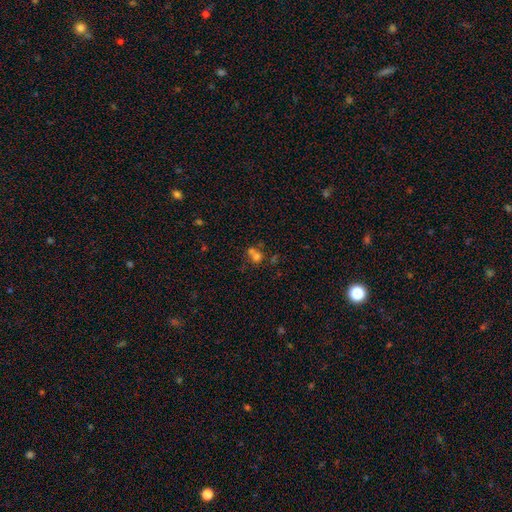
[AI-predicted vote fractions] smooth-or-featured: smooth: 64% | star or artifact: 19% | featured or disk: 17%
  how-rounded: round: 81% | in between: 18% | cigar-shaped: 1%
  merging: merger: 51% | none: 38% | minor disturbance: 7% | major disturbance: 4%